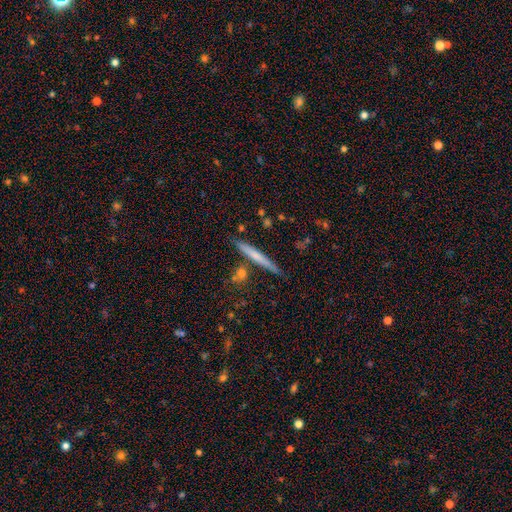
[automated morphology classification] Smooth or featured? smooth (56%)
How rounded? cigar-shaped (96%)
Merging? none (84%)